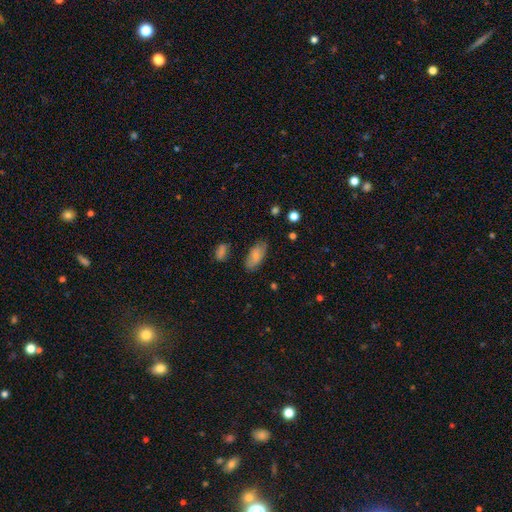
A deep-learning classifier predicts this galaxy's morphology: A smooth galaxy with no disk features (72%) that is in between round and cigar-shaped (91%). Merging: none (75%).